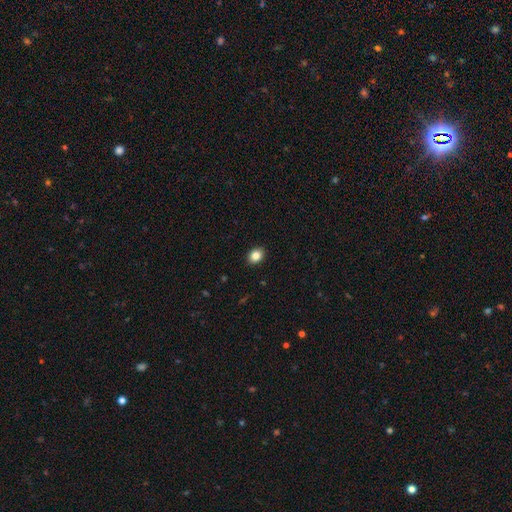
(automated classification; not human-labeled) Overall: smooth (85%). How rounded: in between (59%; round 40%). Merging: none (91%).